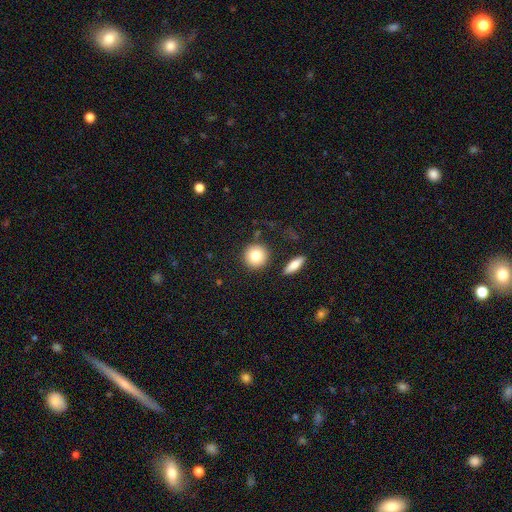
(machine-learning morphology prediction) Overall: smooth (81%). How rounded: round (92%). Merging: none (85%).